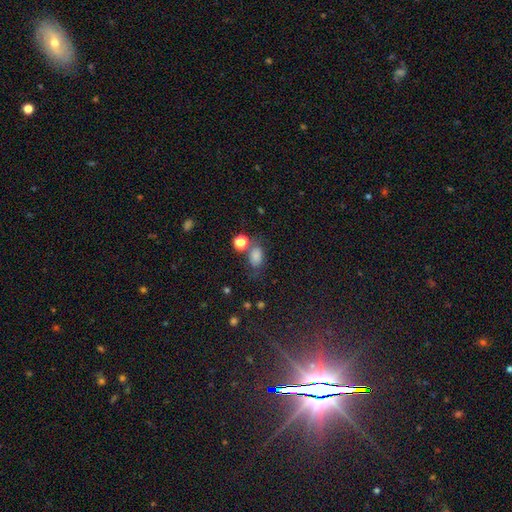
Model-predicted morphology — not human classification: Smooth or featured: smooth — 78% (star or artifact — 14%)
How rounded: in between — 76% (round — 23%)
Merging: none — 56% (minor disturbance — 20%)